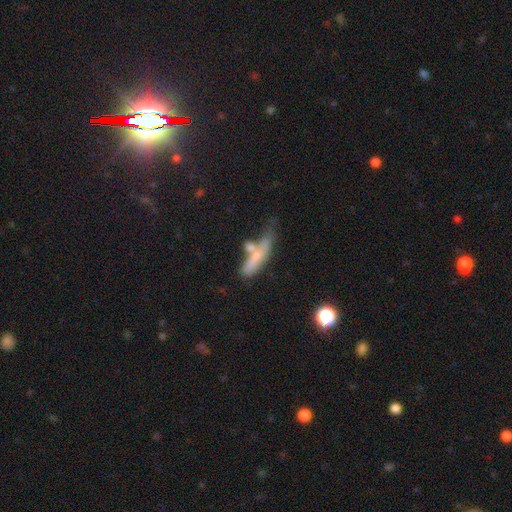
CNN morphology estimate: Overall: smooth (60%; featured or disk 31%). How rounded: cigar-shaped (68%; in between 28%). Merging: none (32%, tied with merger).